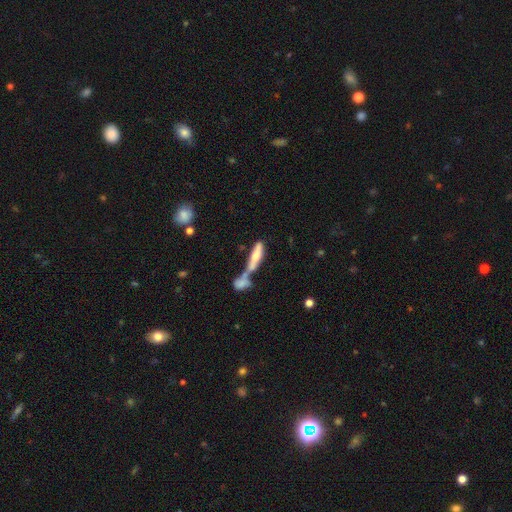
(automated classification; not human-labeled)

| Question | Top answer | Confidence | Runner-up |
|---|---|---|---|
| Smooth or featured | smooth | 54% | featured or disk (37%) |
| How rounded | cigar-shaped | 70% | in between (28%) |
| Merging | merger | 54% | none (30%) |